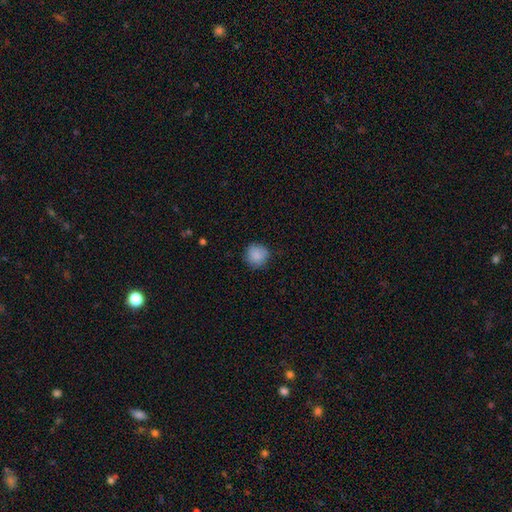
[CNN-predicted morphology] This is clearly a smooth galaxy (88%). How rounded: clearly round (93%). Merging: clearly none (84%).